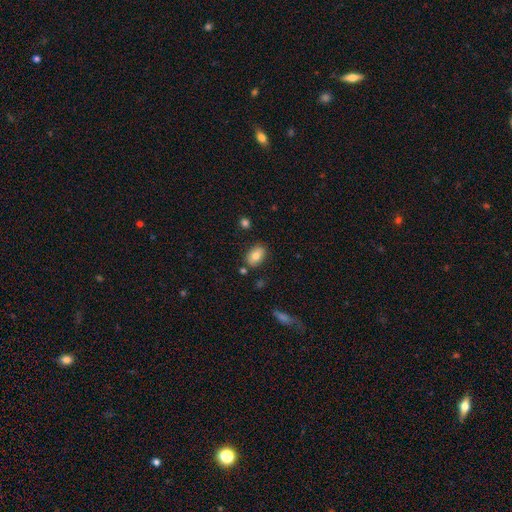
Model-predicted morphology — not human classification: Smooth or featured? smooth (77%)
How rounded? in between (84%)
Merging? none (81%)